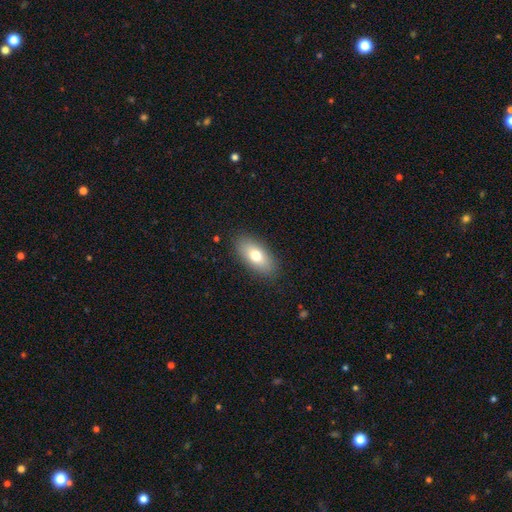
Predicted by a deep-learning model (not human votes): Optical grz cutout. It shows a smooth galaxy with no disk features (74%) that is in between round and cigar-shaped (87%). Merging: none (87%).